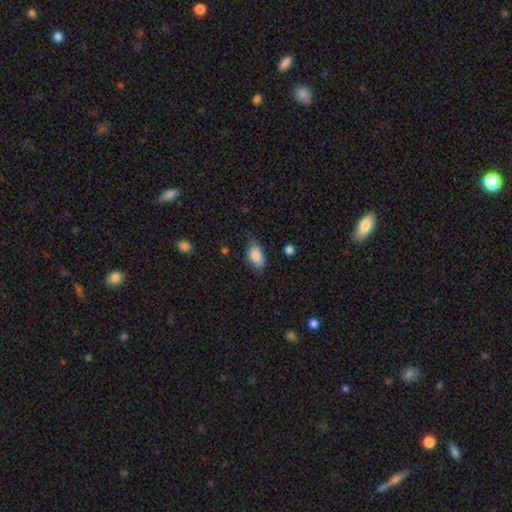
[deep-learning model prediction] Q: Smooth or featured?
A: smooth (85%); runner-up: featured or disk (9%)
Q: How rounded?
A: in between (91%); runner-up: round (5%)
Q: Merging?
A: none (64%); runner-up: minor disturbance (28%)